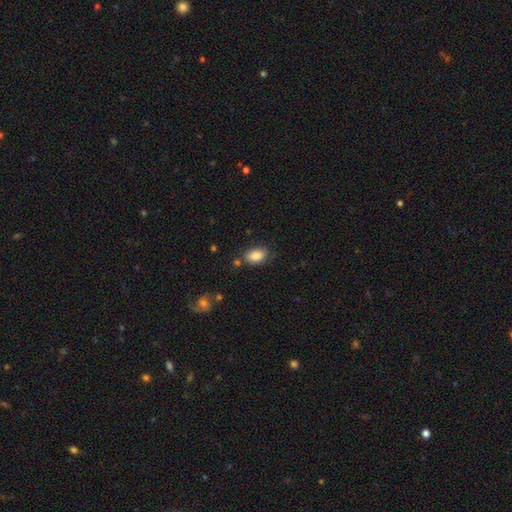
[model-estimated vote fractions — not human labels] Smooth or featured? Predicted: smooth (p=0.86). How rounded? Predicted: in between (p=0.89). Merging? Predicted: none (p=0.71).